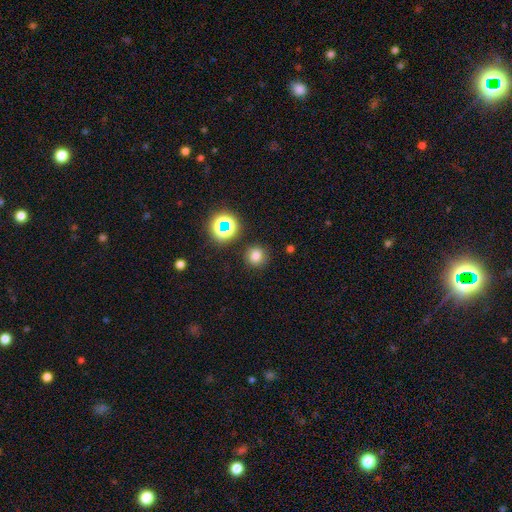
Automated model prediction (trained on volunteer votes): smooth 76%, star or artifact 18%, featured or disk 6%. Down the decision tree: how rounded — round (91%); merging — none (88%).